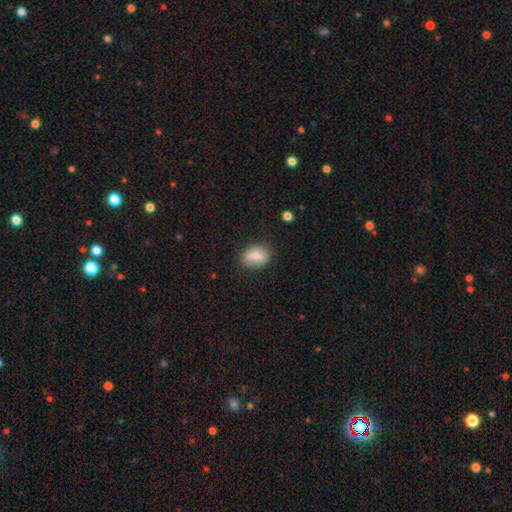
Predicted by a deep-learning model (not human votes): This appears to be a smooth galaxy with no disk features (80%) that is in between round and cigar-shaped (67%). Merging: none (70%).